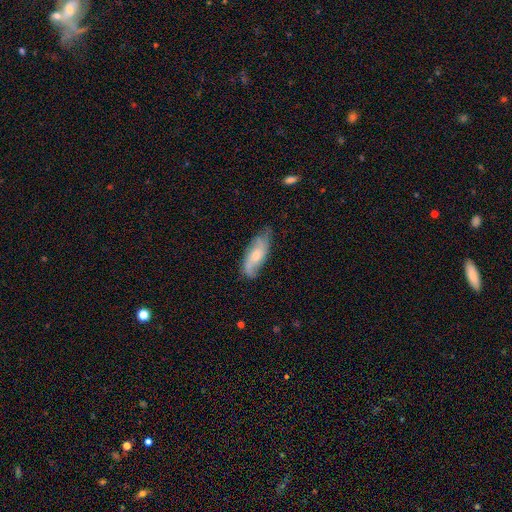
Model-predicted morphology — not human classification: Smooth or featured: featured or disk — 57% (smooth — 37%)
Edge-on disk: no — 86% (yes — 14%)
Merging: none — 65% (minor disturbance — 26%)